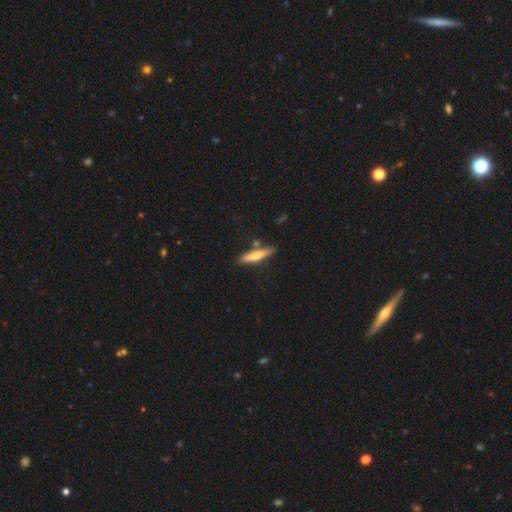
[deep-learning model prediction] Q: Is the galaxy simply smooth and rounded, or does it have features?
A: smooth — 60%.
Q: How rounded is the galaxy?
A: cigar-shaped — 85%.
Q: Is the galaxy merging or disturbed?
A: none — 80%.